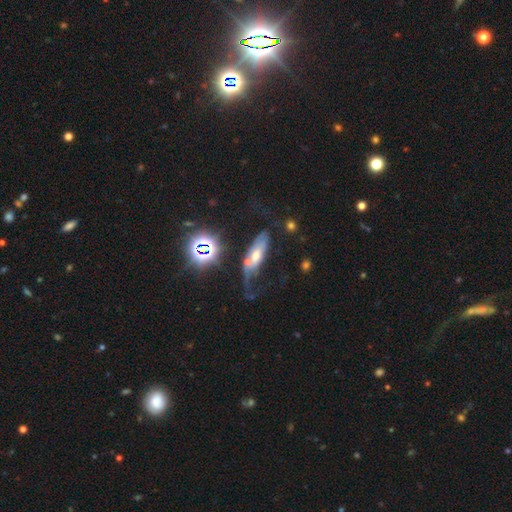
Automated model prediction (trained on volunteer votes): Smooth or featured? Predicted: featured or disk (p=0.45). Merging? Predicted: major disturbance (p=0.35).